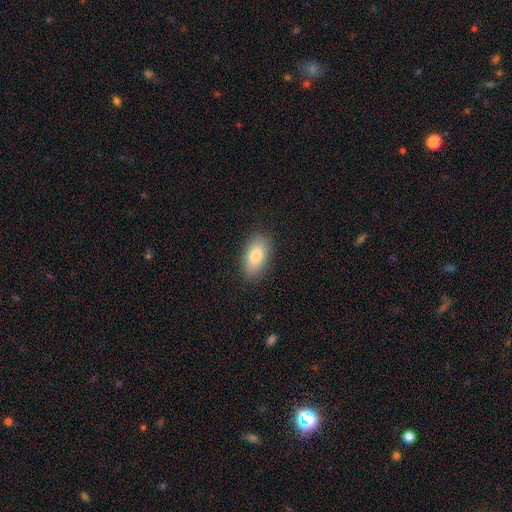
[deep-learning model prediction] smooth-or-featured: smooth: 82% | featured or disk: 11% | star or artifact: 7%
  how-rounded: in between: 91% | cigar-shaped: 6% | round: 4%
  merging: none: 87% | minor disturbance: 9% | major disturbance: 2% | merger: 1%